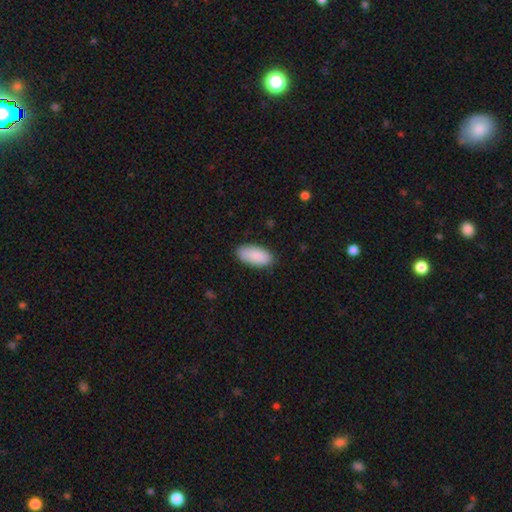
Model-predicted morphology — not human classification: This is clearly a smooth galaxy (89%). How rounded: clearly in between (92%). Merging: clearly none (84%).